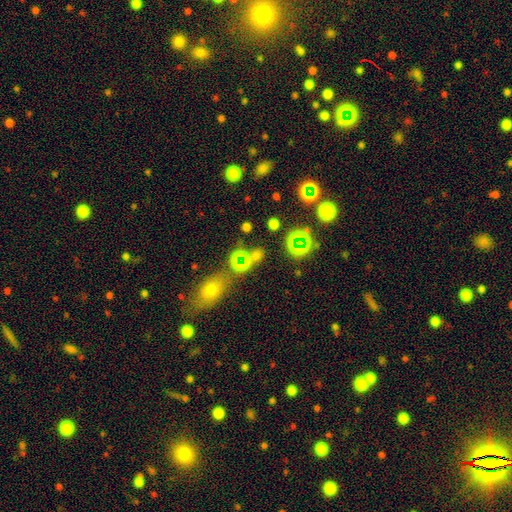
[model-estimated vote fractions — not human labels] Smooth or featured? Predicted: smooth (p=0.47). Merging? Predicted: none (p=0.62).